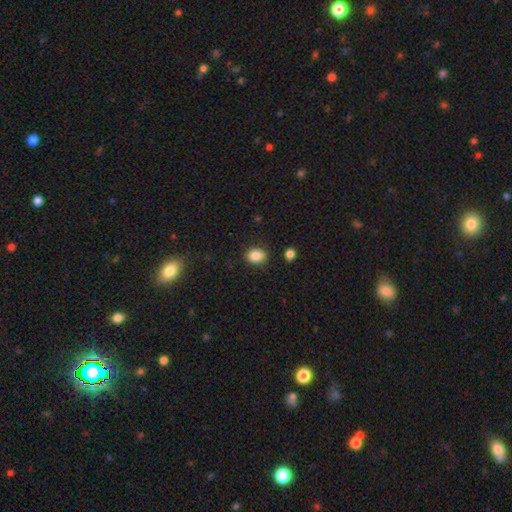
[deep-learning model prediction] Smooth or featured: smooth — 85% (star or artifact — 9%)
How rounded: in between — 60% (round — 39%)
Merging: none — 82% (minor disturbance — 13%)